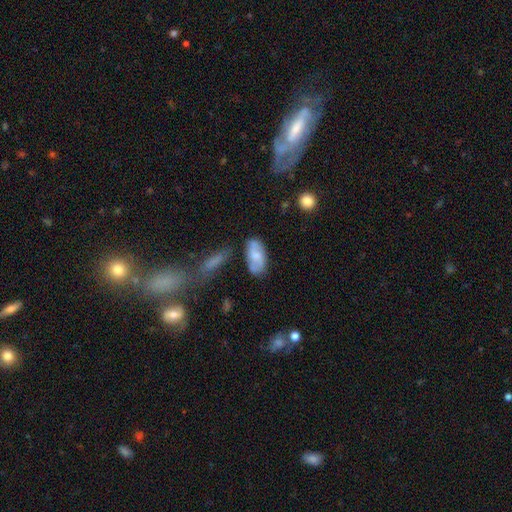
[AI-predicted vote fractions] This appears to be a smooth galaxy with no disk features (49%). Merging: none (67%).